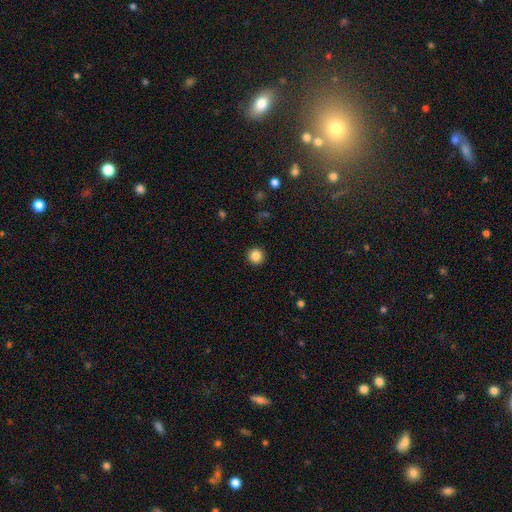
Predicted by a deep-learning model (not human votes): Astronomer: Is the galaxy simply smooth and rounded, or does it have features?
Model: smooth — 85%.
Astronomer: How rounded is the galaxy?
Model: round — 96%.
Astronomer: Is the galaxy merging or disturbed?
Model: none — 93%.